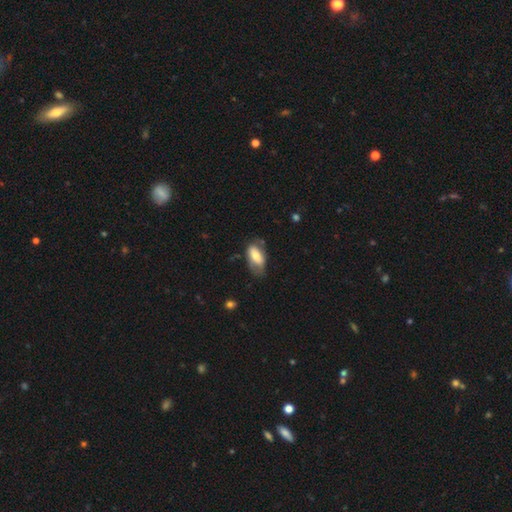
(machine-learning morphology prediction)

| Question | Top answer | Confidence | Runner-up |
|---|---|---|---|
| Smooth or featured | smooth | 66% | featured or disk (28%) |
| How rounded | in between | 90% | cigar-shaped (6%) |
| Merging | none | 49% | minor disturbance (33%) |